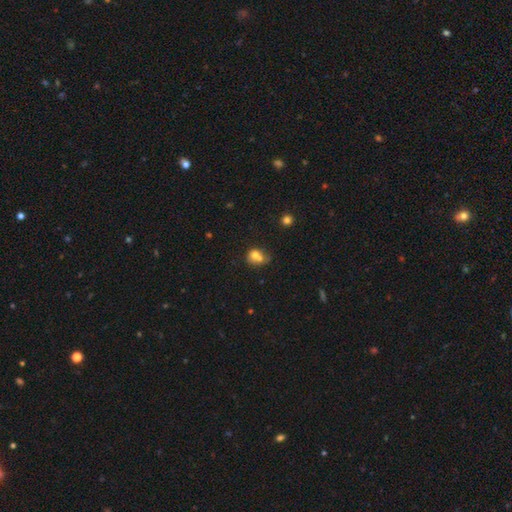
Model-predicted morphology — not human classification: smooth-or-featured: smooth: 71% | featured or disk: 17% | star or artifact: 12%
  how-rounded: round: 59% | in between: 40% | cigar-shaped: 1%
  merging: merger: 47% | none: 30% | minor disturbance: 15% | major disturbance: 8%